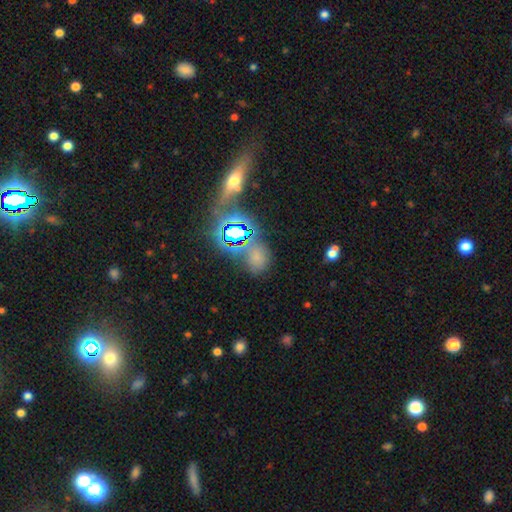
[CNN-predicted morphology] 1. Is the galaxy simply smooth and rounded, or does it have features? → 46% star or artifact, 44% smooth, 11% featured or disk.